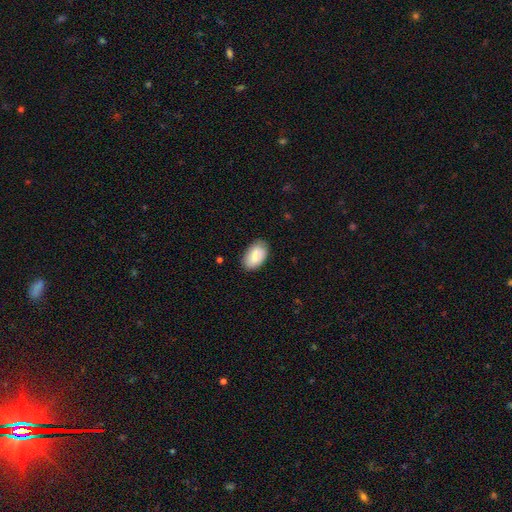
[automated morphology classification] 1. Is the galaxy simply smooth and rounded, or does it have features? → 84% smooth, 10% featured or disk, 6% star or artifact.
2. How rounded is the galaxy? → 93% in between, 5% round, 1% cigar-shaped.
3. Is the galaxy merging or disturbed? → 81% none, 15% minor disturbance, 3% major disturbance, 1% merger.